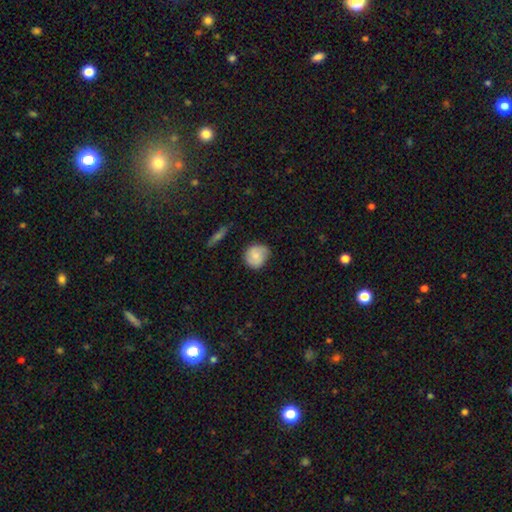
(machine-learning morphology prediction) A smooth galaxy with no disk features (72%) that is round (81%). Merging: none (67%).